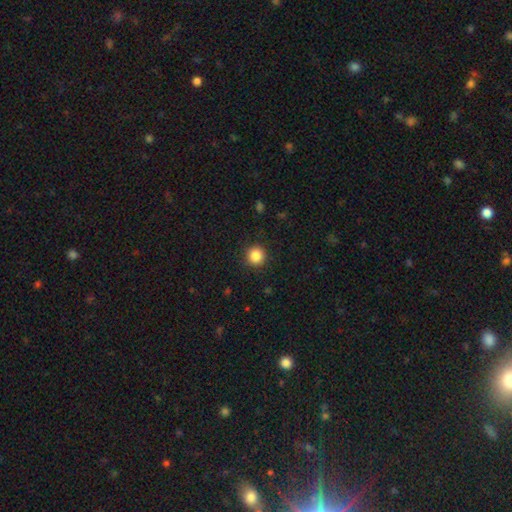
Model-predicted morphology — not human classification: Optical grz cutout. It shows a smooth galaxy with no disk features (86%) that is round (95%). Merging: none (91%).